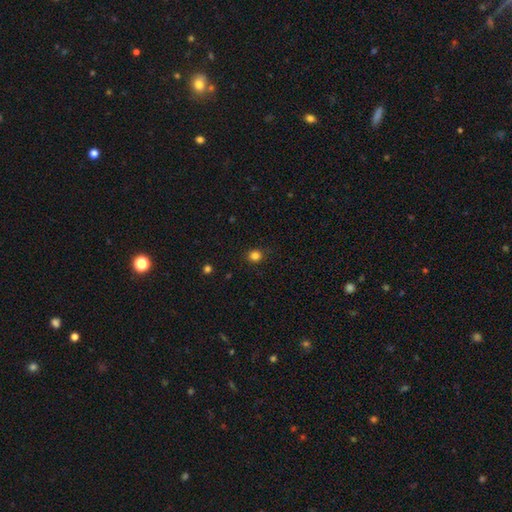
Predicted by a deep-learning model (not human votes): Smooth or featured: smooth — 82% (star or artifact — 13%)
How rounded: round — 83% (in between — 16%)
Merging: none — 89% (minor disturbance — 8%)